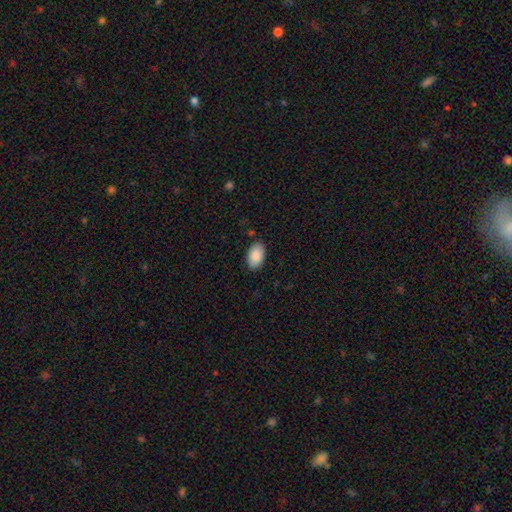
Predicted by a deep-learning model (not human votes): This appears to be a smooth galaxy with no disk features (90%) that is in between round and cigar-shaped (93%). Merging: none (87%).